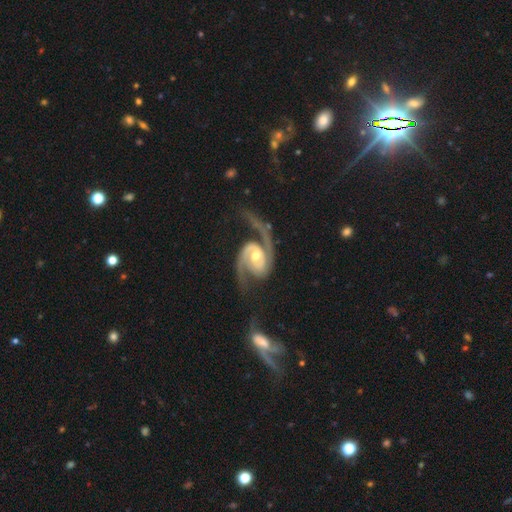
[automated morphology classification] A featured or disk galaxy (93%) with no bar (53%), 2 (92%) medium (47%) spiral arms (98%) and a moderate central bulge (71%). Merging: none (61%).